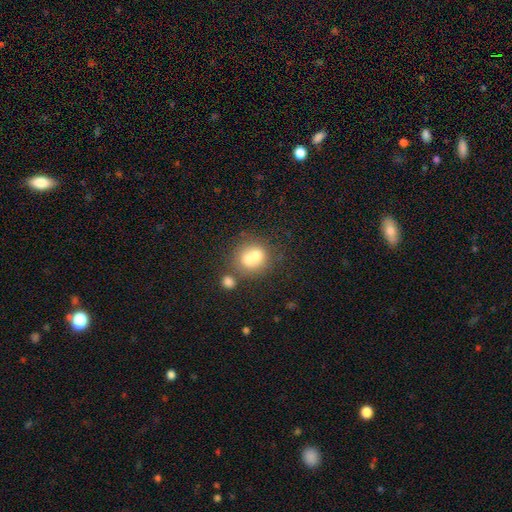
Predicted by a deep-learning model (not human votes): This is likely a smooth galaxy (65%). How rounded: likely round (79%). Merging: possibly merger (59%).